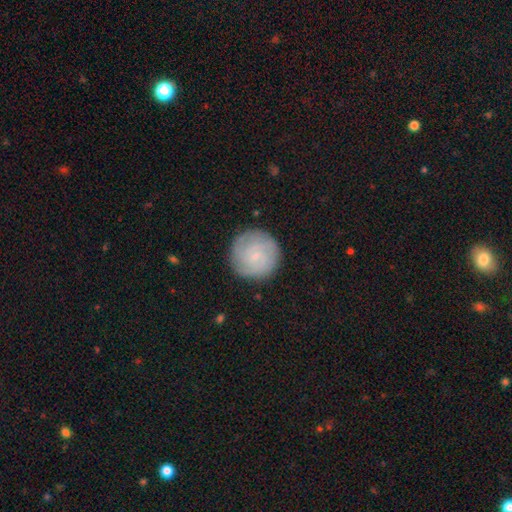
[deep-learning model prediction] Morphology: type=featured or disk (52%); edge-on=no (98%); bar=no (67%); spiral arms=yes (89%); bulge=small (76%); merging=none (85%).